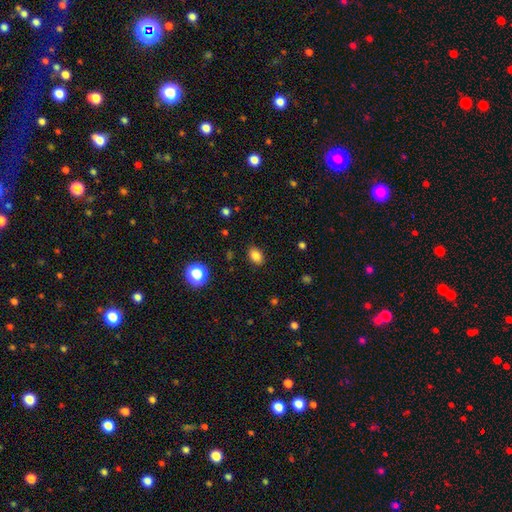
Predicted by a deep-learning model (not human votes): Smooth or featured?
  - smooth: 84% *
  - star or artifact: 12%
  - featured or disk: 4%
How rounded?
  - in between: 77% *
  - round: 22%
  - cigar-shaped: 1%
Merging?
  - none: 87% *
  - minor disturbance: 9%
  - major disturbance: 3%
  - merger: 1%